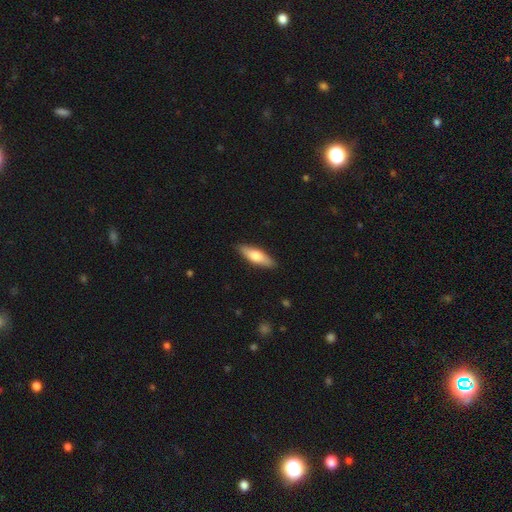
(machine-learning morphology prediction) Smooth or featured? smooth (63%)
How rounded? in between (51%)
Merging? none (88%)